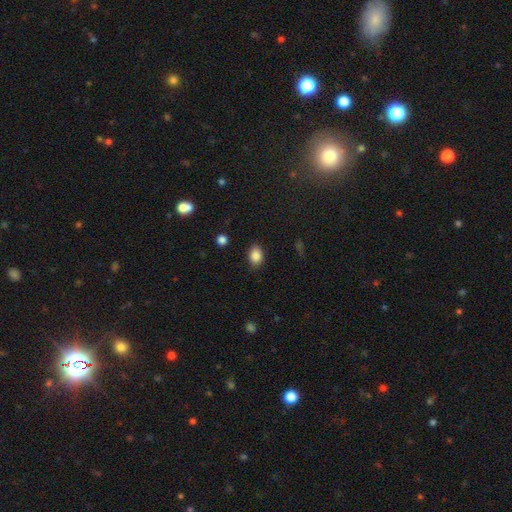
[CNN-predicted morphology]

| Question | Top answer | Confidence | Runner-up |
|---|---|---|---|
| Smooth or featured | smooth | 86% | star or artifact (9%) |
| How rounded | in between | 72% | round (27%) |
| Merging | none | 85% | minor disturbance (11%) |